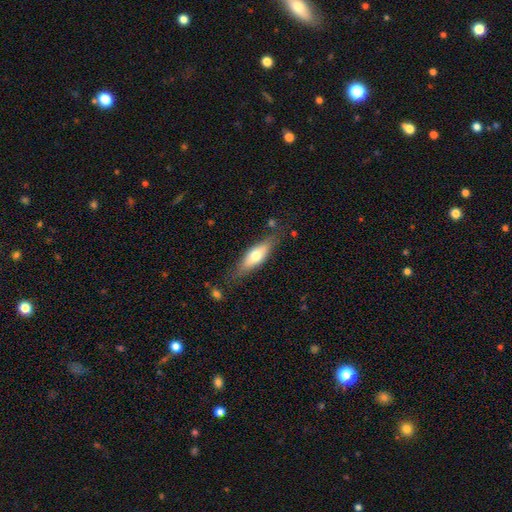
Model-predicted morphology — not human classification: The model was most divided on "how rounded": in between: 51%, cigar-shaped: 47%, round: 2%. More confident: merging — none (76%); smooth or featured — smooth (58%).